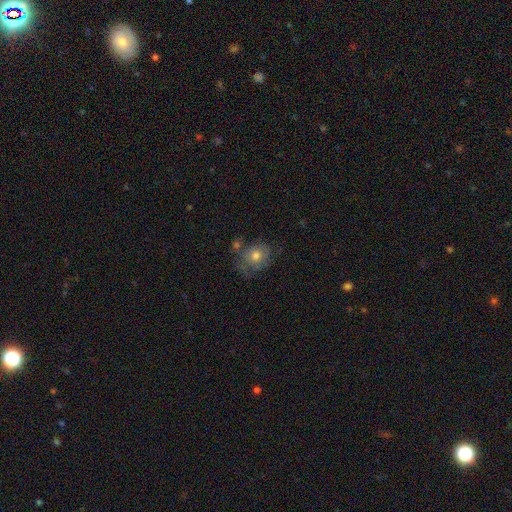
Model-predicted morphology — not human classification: smooth-or-featured: smooth: 65% | featured or disk: 26% | star or artifact: 9%
  how-rounded: round: 70% | in between: 30% | cigar-shaped: 1%
  merging: none: 50% | minor disturbance: 27% | major disturbance: 14% | merger: 9%